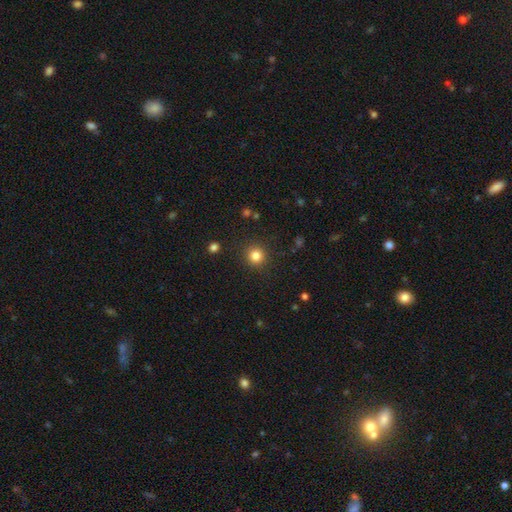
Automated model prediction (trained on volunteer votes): This appears to be a smooth galaxy with no disk features (82%) that is round (93%). Merging: none (90%).